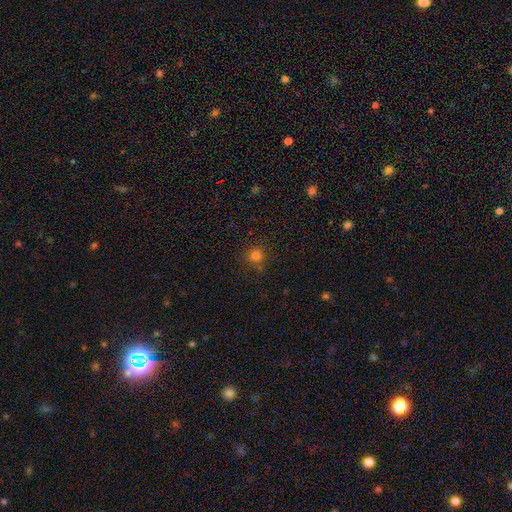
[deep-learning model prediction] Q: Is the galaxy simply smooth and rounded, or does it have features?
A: smooth — 78%.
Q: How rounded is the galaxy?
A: round — 92%.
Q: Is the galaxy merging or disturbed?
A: none — 80%.